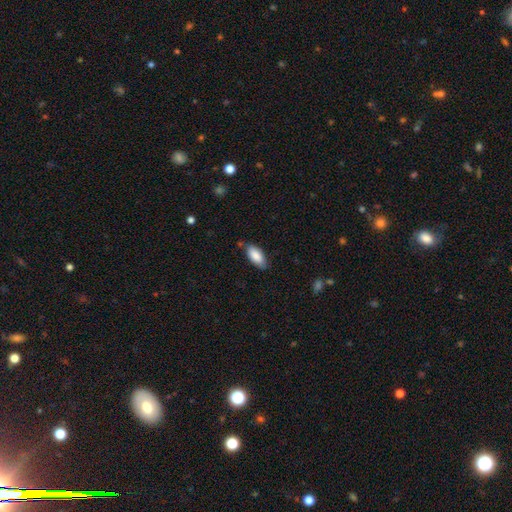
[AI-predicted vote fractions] Smooth or featured?
  - smooth: 87% *
  - featured or disk: 7%
  - star or artifact: 6%
How rounded?
  - in between: 88% *
  - cigar-shaped: 10%
  - round: 2%
Merging?
  - none: 78% *
  - minor disturbance: 17%
  - major disturbance: 3%
  - merger: 2%